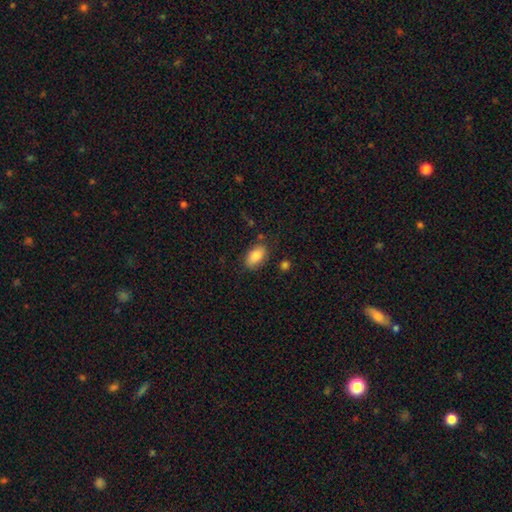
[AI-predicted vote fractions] Overall: smooth (88%). How rounded: in between (93%). Merging: none (79%).